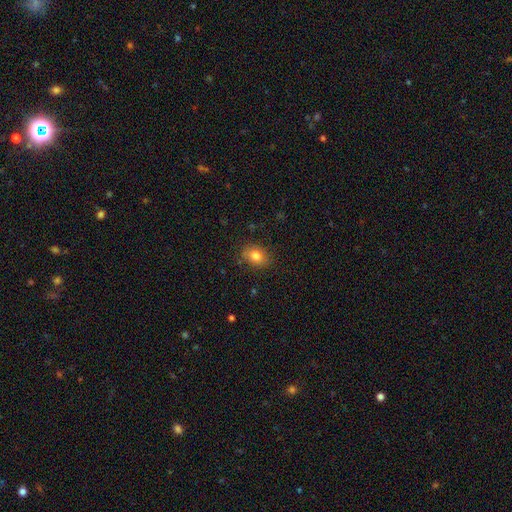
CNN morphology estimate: Smooth or featured: smooth — 81% (star or artifact — 10%)
How rounded: in between — 61% (round — 38%)
Merging: none — 82% (minor disturbance — 13%)